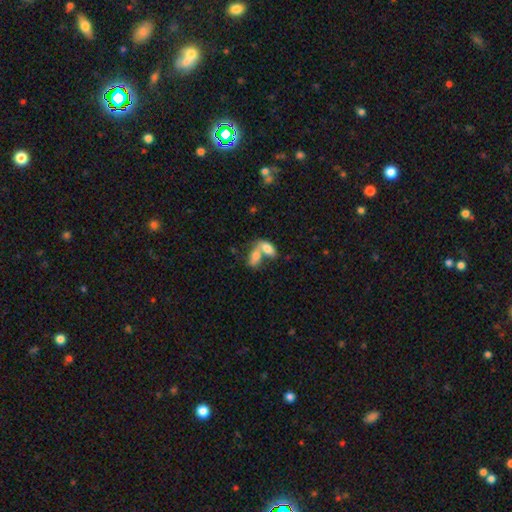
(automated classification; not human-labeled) Smooth or featured?
  - smooth: 77% *
  - featured or disk: 16%
  - star or artifact: 8%
How rounded?
  - in between: 88% *
  - round: 7%
  - cigar-shaped: 5%
Merging?
  - merger: 71% *
  - none: 19%
  - minor disturbance: 6%
  - major disturbance: 4%